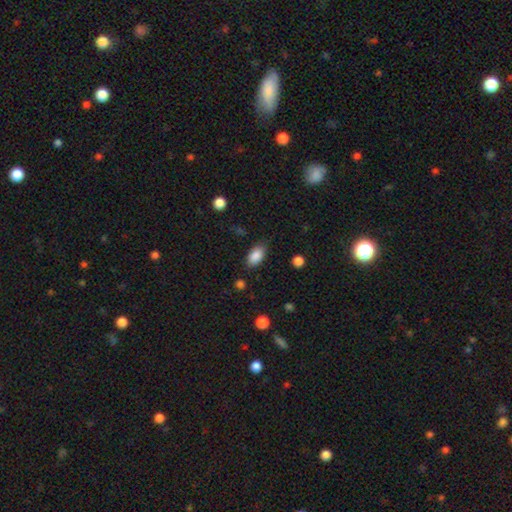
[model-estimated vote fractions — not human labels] This appears to be a smooth galaxy with no disk features (87%) that is in between round and cigar-shaped (92%). Merging: none (79%).